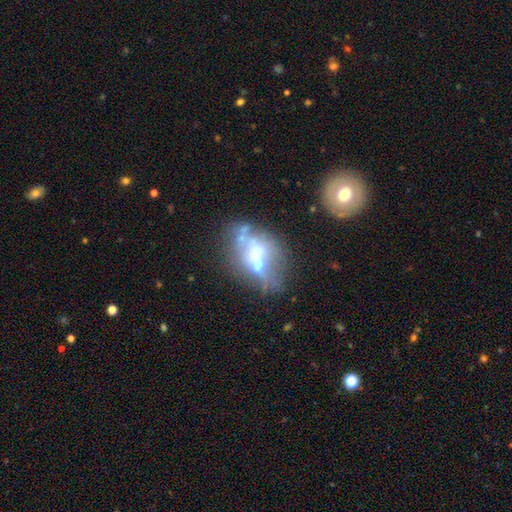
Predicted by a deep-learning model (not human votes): The model was most divided on "merging": none: 35%, merger: 27%, major disturbance: 20%, minor disturbance: 18%. More confident: edge-on disk — no (82%); smooth or featured — featured or disk (59%).